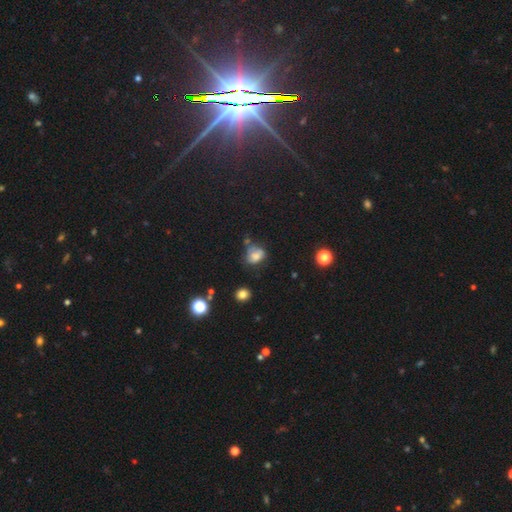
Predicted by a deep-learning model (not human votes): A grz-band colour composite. It shows a smooth galaxy with no disk features (66%) that is in between round and cigar-shaped (56%). Merging: none (39%).